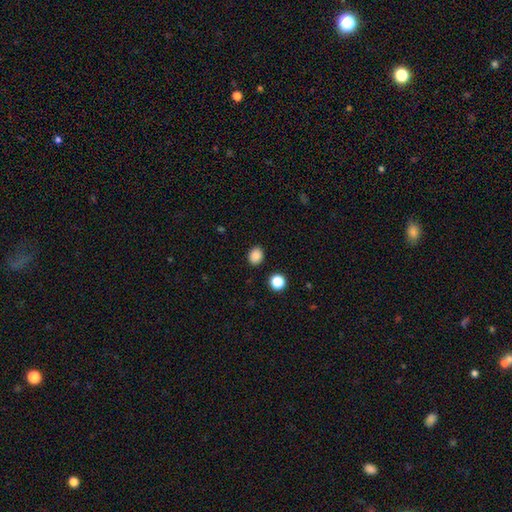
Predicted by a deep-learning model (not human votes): The model was most divided on "how rounded": round: 54%, in between: 45%, cigar-shaped: 1%. More confident: merging — none (88%); smooth or featured — smooth (86%).